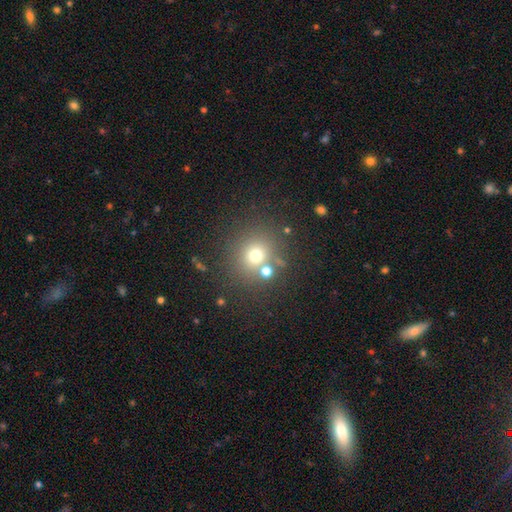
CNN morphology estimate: A smooth galaxy with no disk features (68%) that is round (87%). Merging: none (71%).